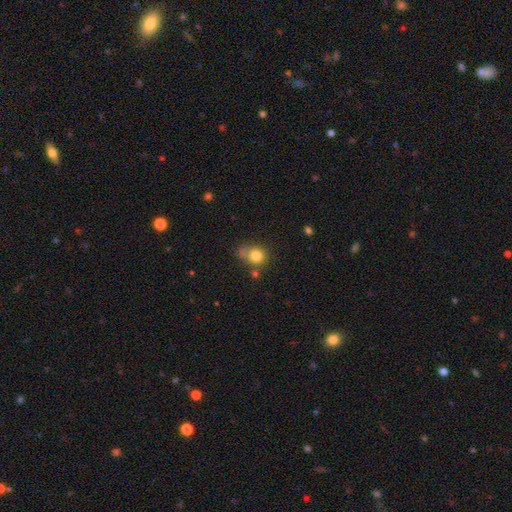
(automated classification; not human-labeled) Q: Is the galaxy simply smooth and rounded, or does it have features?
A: smooth — 79%.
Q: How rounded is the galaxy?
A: round — 73%.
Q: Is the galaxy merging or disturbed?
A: none — 50%.